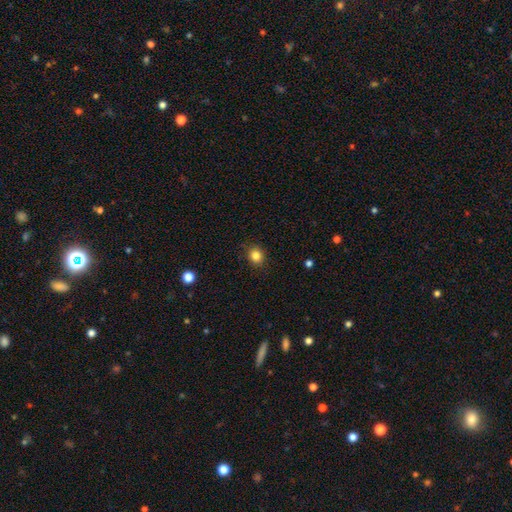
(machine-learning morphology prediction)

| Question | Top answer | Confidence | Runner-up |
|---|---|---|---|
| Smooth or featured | smooth | 84% | star or artifact (11%) |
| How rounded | round | 77% | in between (22%) |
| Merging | none | 89% | minor disturbance (8%) |